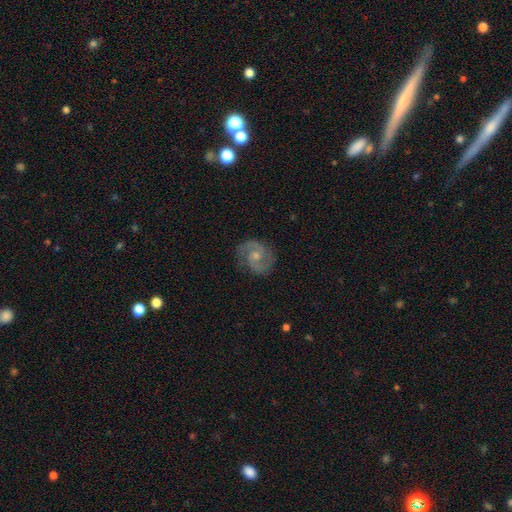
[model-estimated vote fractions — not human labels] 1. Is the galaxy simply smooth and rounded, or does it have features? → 85% featured or disk, 9% smooth, 6% star or artifact.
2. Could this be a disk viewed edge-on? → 98% no, 2% yes.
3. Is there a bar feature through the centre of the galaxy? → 56% no, 39% weak, 6% strong.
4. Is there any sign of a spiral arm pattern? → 96% yes, 4% no.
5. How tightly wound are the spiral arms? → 54% medium, 33% tight, 13% loose.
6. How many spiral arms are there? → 91% 2, 4% can't tell, 2% 3, 2% 1, 1% 4, 1% more than 4.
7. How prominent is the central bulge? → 47% moderate, 46% small, 4% none, 2% large, 1% dominant.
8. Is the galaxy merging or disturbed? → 81% none, 14% minor disturbance, 4% major disturbance, 1% merger.